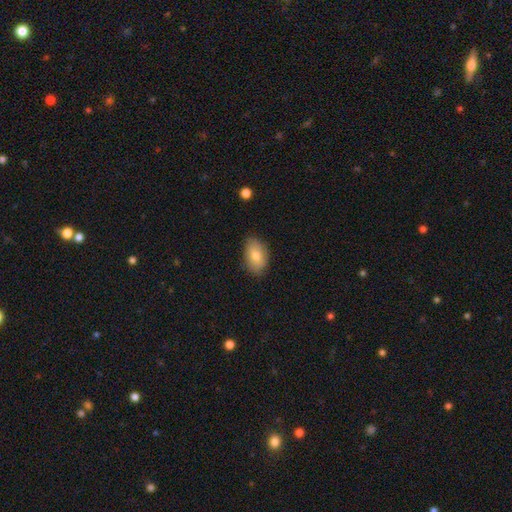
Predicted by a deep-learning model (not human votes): The model was most divided on "smooth or featured": smooth: 77%, featured or disk: 16%, star or artifact: 7%. More confident: how rounded — in between (90%); merging — none (81%).